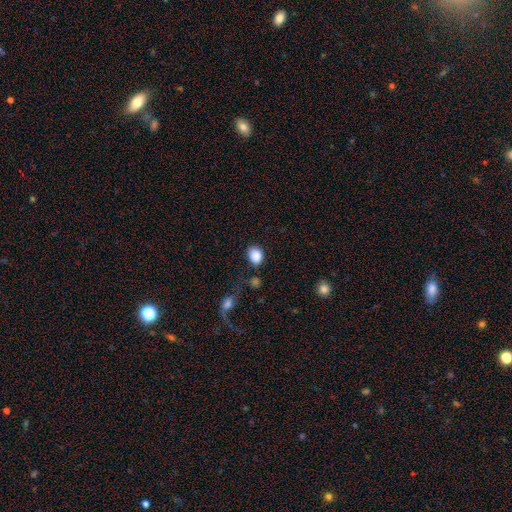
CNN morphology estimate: Smooth or featured?
  - smooth: 87% *
  - star or artifact: 8%
  - featured or disk: 5%
How rounded?
  - in between: 53% *
  - round: 46%
  - cigar-shaped: 1%
Merging?
  - none: 74% *
  - minor disturbance: 14%
  - merger: 6%
  - major disturbance: 5%